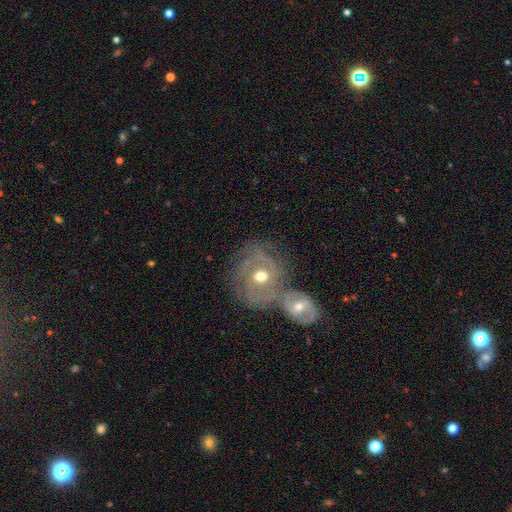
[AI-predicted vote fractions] smooth_or_featured: featured or disk (p=0.79) [alt: smooth p=0.12]
disk_edge_on: no (p=0.95) [alt: yes p=0.05]
bar: no (p=0.55) [alt: weak p=0.33]
has_spiral_arms: yes (p=0.88) [alt: no p=0.12]
spiral_winding: tight (p=0.65) [alt: medium p=0.28]
spiral_arm_count: 2 (p=0.34) [alt: can't tell p=0.31]
bulge_size: moderate (p=0.71) [alt: small p=0.23]
merging: merger (p=0.44) [alt: none p=0.40]